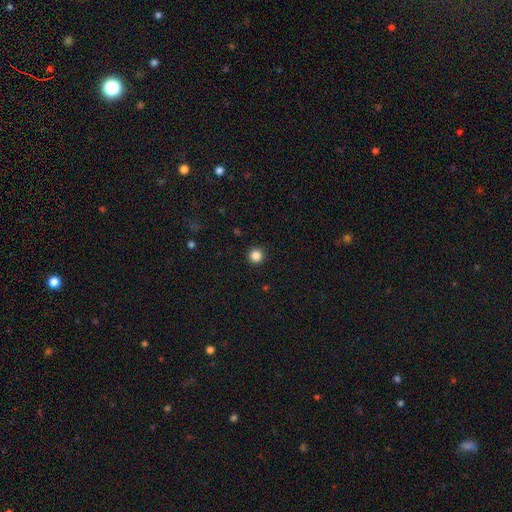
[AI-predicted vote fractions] Morphology: type=smooth (85%); roundness=round (96%); merging=none (94%).